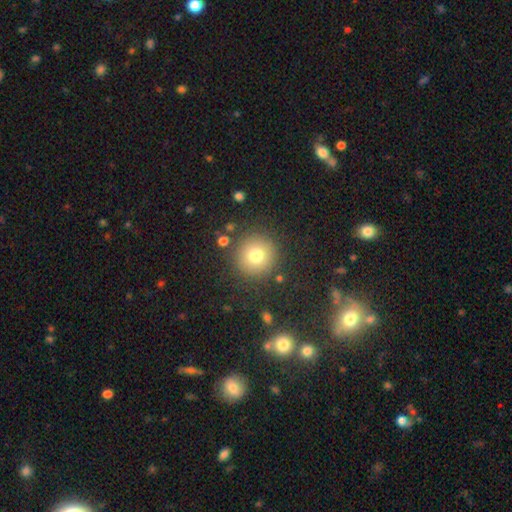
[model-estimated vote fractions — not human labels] Smooth or featured? smooth (76%)
How rounded? round (95%)
Merging? none (87%)